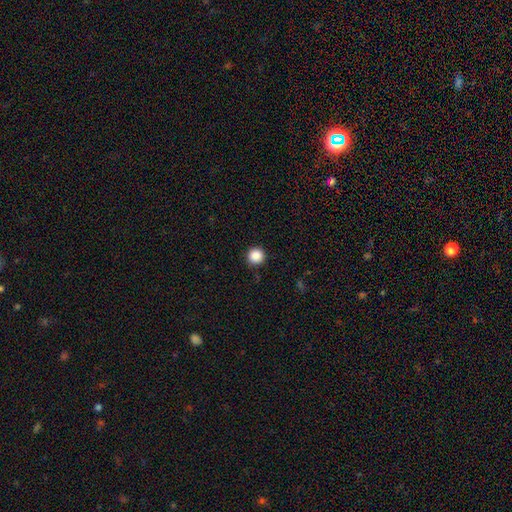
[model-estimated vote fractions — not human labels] smooth 87%, star or artifact 10%, featured or disk 3%. Down the decision tree: how rounded — round (95%); merging — none (91%).